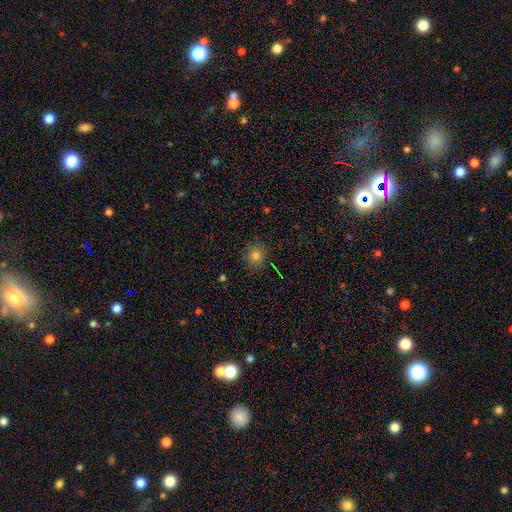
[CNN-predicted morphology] Smooth or featured?
  - smooth: 76% *
  - star or artifact: 16%
  - featured or disk: 8%
How rounded?
  - round: 82% *
  - in between: 17%
  - cigar-shaped: 1%
Merging?
  - none: 85% *
  - minor disturbance: 11%
  - major disturbance: 3%
  - merger: 1%